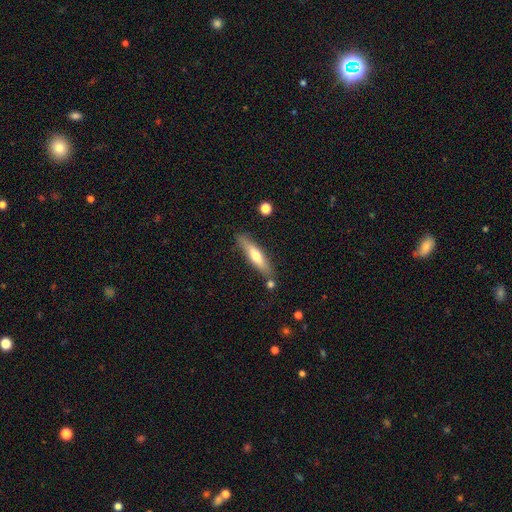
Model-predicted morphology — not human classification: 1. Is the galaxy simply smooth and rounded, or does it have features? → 56% smooth, 38% featured or disk, 6% star or artifact.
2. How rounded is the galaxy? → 80% cigar-shaped, 18% in between, 2% round.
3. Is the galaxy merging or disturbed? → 78% none, 13% minor disturbance, 6% merger, 3% major disturbance.